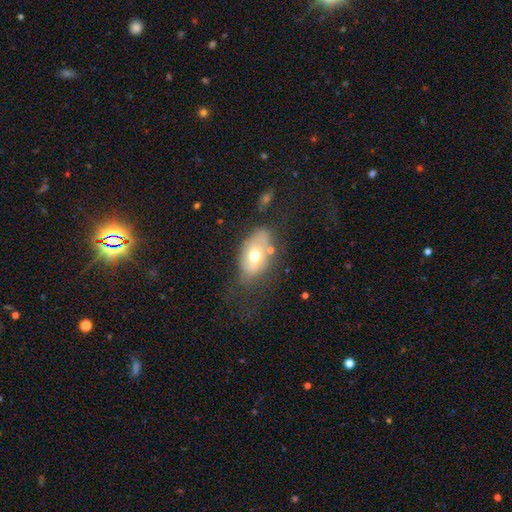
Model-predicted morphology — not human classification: Overall: smooth (61%; featured or disk 31%). How rounded: in between (88%). Merging: none (52%; minor disturbance 25%).